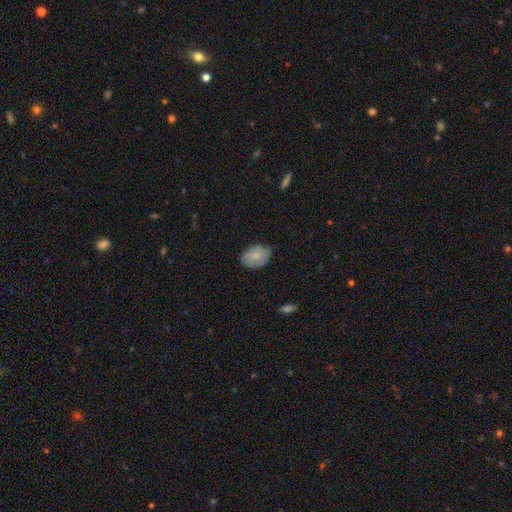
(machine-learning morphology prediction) Q: Smooth or featured?
A: smooth (70%); runner-up: featured or disk (23%)
Q: How rounded?
A: in between (81%); runner-up: round (18%)
Q: Merging?
A: none (68%); runner-up: minor disturbance (26%)